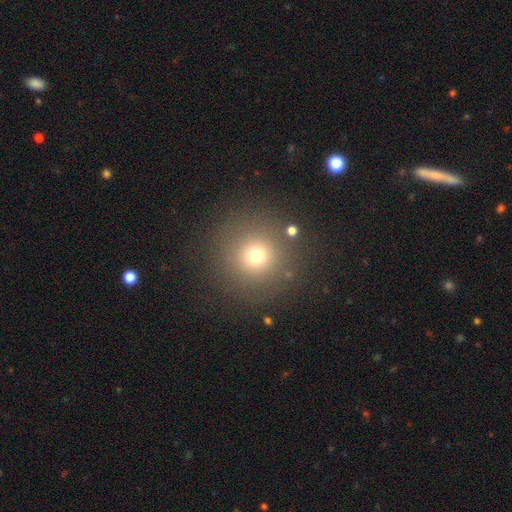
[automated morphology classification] Smooth or featured? Predicted: smooth (p=0.70). How rounded? Predicted: round (p=0.94). Merging? Predicted: none (p=0.86).